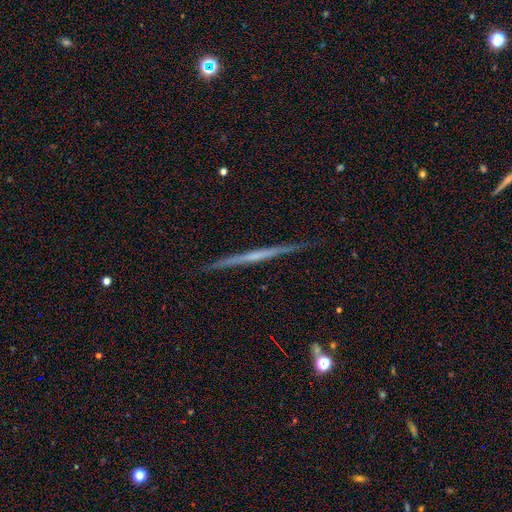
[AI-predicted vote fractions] This appears to be a featured or disk galaxy (68%) viewed edge-on (98%) with no central bulge (78%). Merging: none (91%).